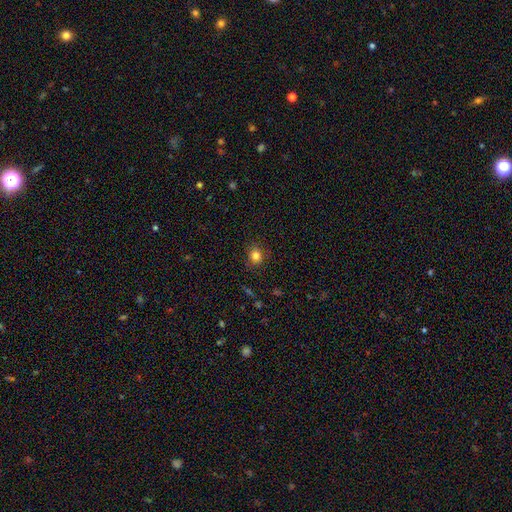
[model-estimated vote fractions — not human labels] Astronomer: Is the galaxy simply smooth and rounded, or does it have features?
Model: smooth — 82%.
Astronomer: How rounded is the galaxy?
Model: round — 78%.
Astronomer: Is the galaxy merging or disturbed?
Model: none — 87%.